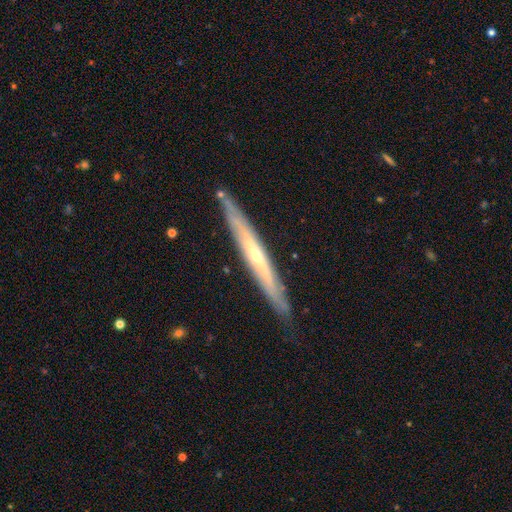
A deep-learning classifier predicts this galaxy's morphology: smooth-or-featured: featured or disk: 70% | smooth: 25% | star or artifact: 6%
  disk-edge-on: yes: 90% | no: 10%
    edge-on-bulge: rounded: 60% | none: 37% | boxy: 3%
  merging: none: 85% | minor disturbance: 12% | major disturbance: 2% | merger: 2%